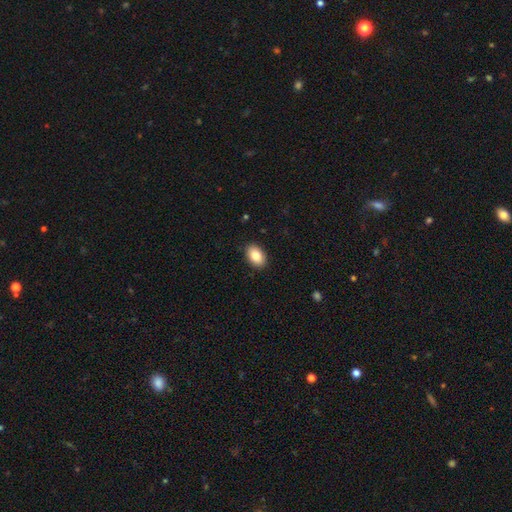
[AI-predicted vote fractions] This appears to be a smooth galaxy with no disk features (85%) that is in between round and cigar-shaped (87%). Merging: none (89%).